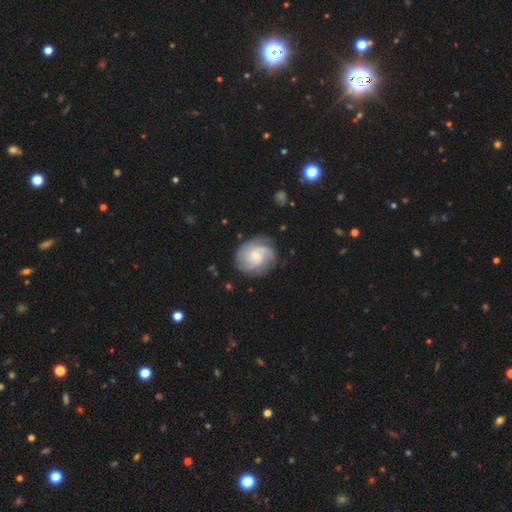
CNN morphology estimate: featured or disk 76%, smooth 19%, star or artifact 6%. Down the decision tree: edge-on disk — no (98%); bar — no (59%); spiral arms — yes (95%); spiral arm count — 2 (29%, tied with 3); spiral winding — medium (41%, tied with tight); bulge size — small (58%); merging — none (73%).